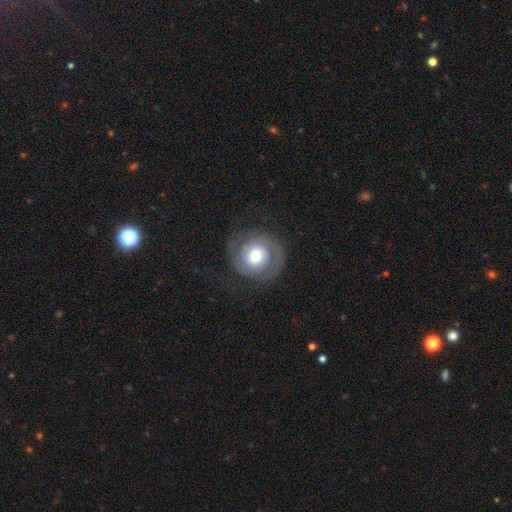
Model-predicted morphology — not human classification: This is possibly a featured or disk galaxy (56%). It is clearly not viewed edge-on (97%). Bar: likely no (78%). Spiral arm pattern: likely yes (73%). Central bulge: likely moderate (62%). Merging: likely none (69%).